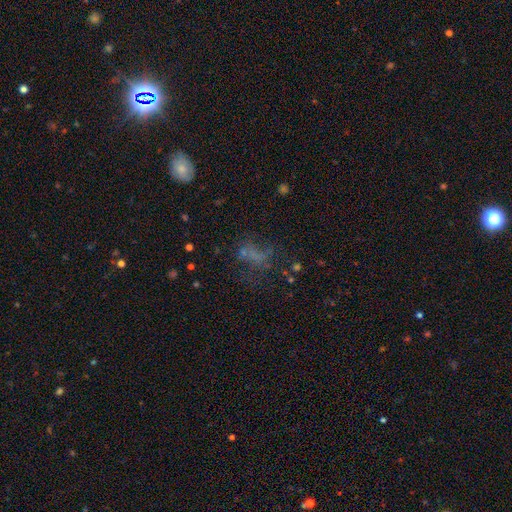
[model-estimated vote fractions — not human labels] Q: Smooth or featured?
A: smooth (41%); runner-up: featured or disk (31%)
Q: Merging?
A: none (40%); runner-up: major disturbance (34%)